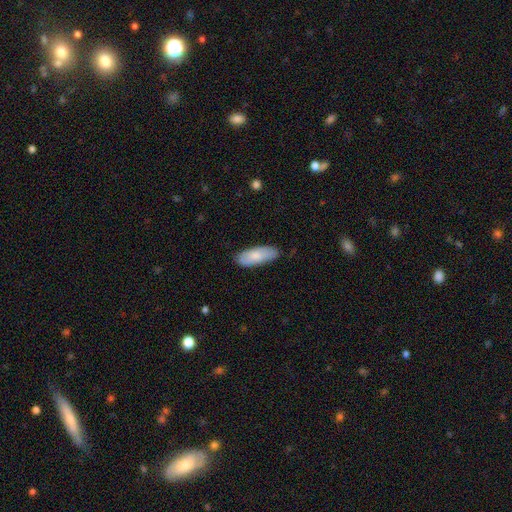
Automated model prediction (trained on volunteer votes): Overall: smooth (78%). How rounded: in between (77%). Merging: none (82%).